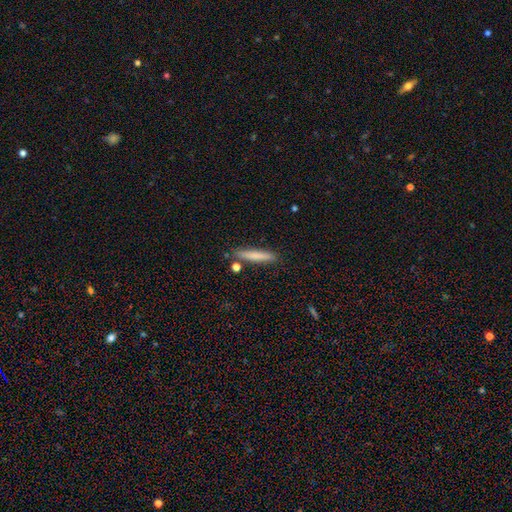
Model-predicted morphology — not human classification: Smooth or featured: smooth — 75% (featured or disk — 18%)
How rounded: cigar-shaped — 93% (in between — 6%)
Merging: none — 84% (minor disturbance — 10%)